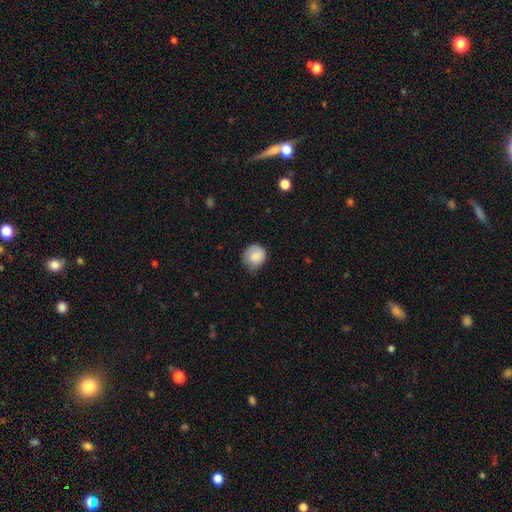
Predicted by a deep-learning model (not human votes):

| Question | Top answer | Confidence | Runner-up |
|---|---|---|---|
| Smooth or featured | smooth | 83% | featured or disk (10%) |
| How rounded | round | 83% | in between (17%) |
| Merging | none | 58% | minor disturbance (33%) |